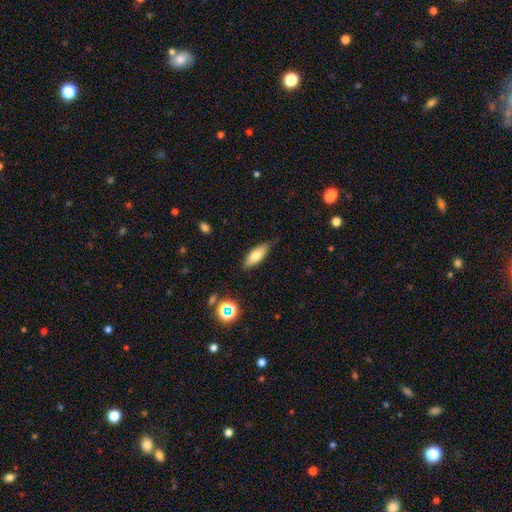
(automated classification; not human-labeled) A smooth galaxy with no disk features (74%) that is in between round and cigar-shaped (70%). Merging: none (80%).